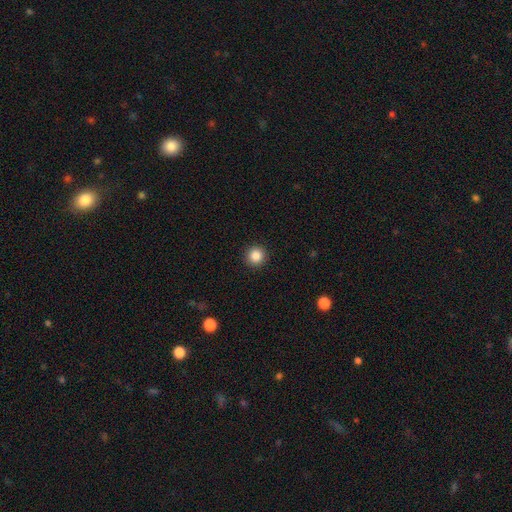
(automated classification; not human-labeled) This is clearly a smooth galaxy (86%). How rounded: clearly round (95%). Merging: clearly none (93%).